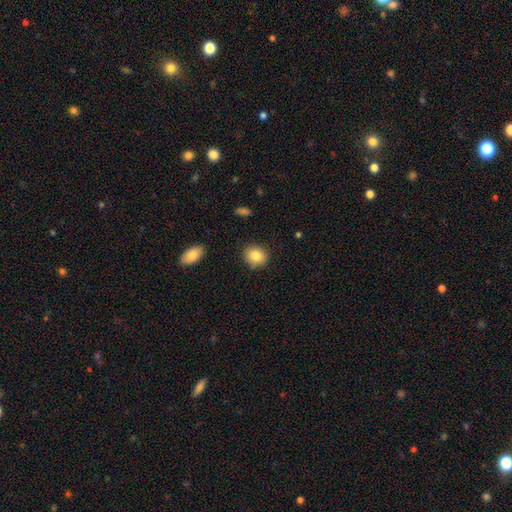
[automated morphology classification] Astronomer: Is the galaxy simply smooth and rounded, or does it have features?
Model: smooth — 85%.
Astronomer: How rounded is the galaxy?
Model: round — 70%.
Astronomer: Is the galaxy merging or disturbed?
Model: none — 87%.